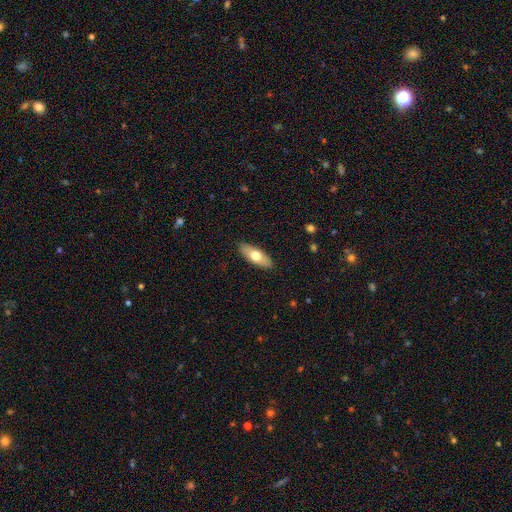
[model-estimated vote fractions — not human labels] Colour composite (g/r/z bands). It shows a smooth galaxy with no disk features (66%) that is in between round and cigar-shaped (73%). Merging: none (89%).